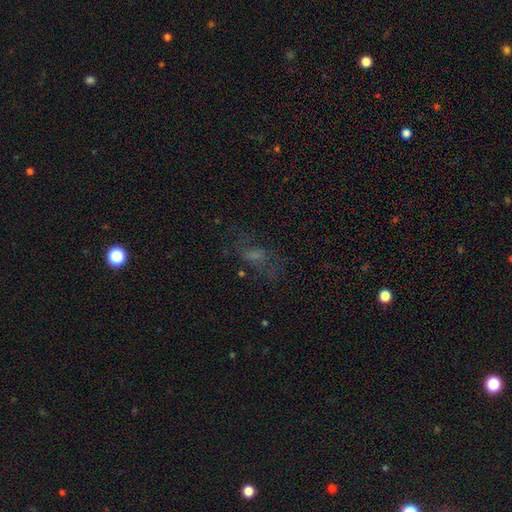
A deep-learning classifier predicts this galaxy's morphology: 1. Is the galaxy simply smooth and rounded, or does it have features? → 39% smooth, 33% featured or disk, 28% star or artifact.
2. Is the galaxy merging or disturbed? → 57% none, 22% major disturbance, 19% minor disturbance, 3% merger.